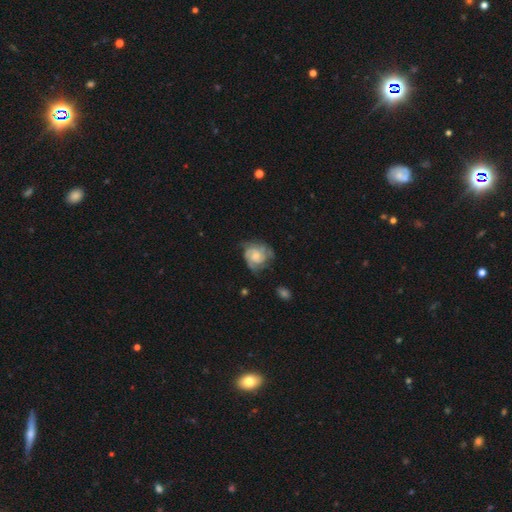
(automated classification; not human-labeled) This is likely a featured or disk galaxy (76%). It is clearly not viewed edge-on (98%). Bar: likely no (68%). Spiral arm pattern: clearly yes (93%). Spiral arm count: marginally 2 (36%). Spiral winding: possibly tight (57%). Central bulge: marginally small (38%). Merging: likely none (61%).